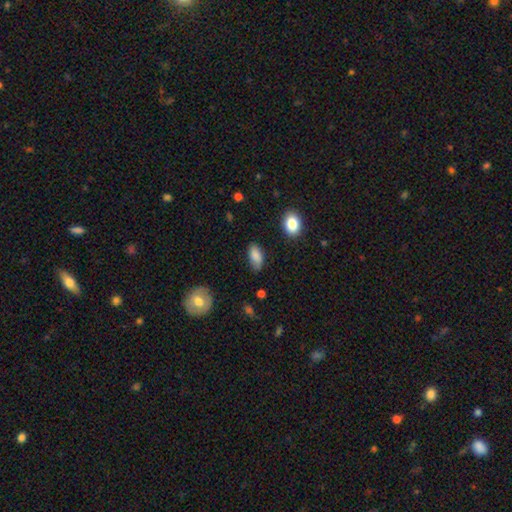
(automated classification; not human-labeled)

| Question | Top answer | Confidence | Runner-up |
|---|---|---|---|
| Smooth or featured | smooth | 85% | star or artifact (8%) |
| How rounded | in between | 92% | cigar-shaped (4%) |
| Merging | none | 72% | minor disturbance (22%) |